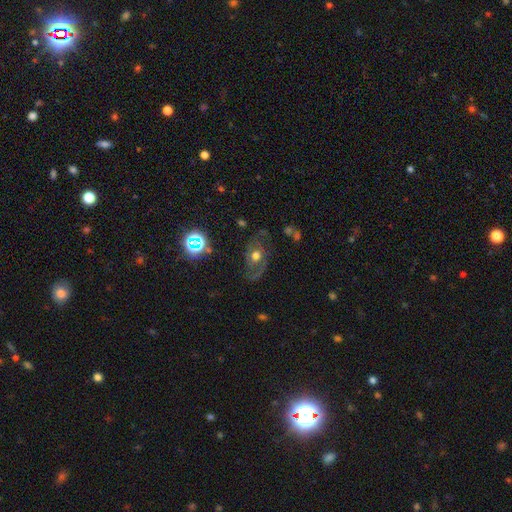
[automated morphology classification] smooth_or_featured: featured or disk (p=0.66) [alt: smooth p=0.21]
disk_edge_on: no (p=0.95) [alt: yes p=0.05]
bar: no (p=0.74) [alt: weak p=0.21]
has_spiral_arms: yes (p=0.77) [alt: no p=0.23]
bulge_size: moderate (p=0.68) [alt: large p=0.19]
merging: none (p=0.66) [alt: minor disturbance p=0.18]